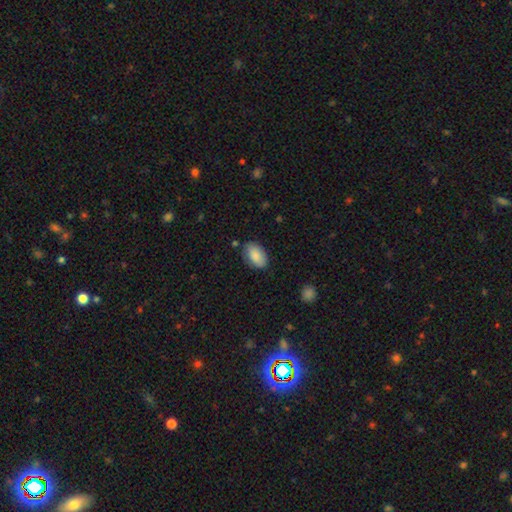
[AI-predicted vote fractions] Smooth or featured: smooth — 87% (featured or disk — 7%)
How rounded: in between — 94% (round — 4%)
Merging: none — 80% (minor disturbance — 15%)